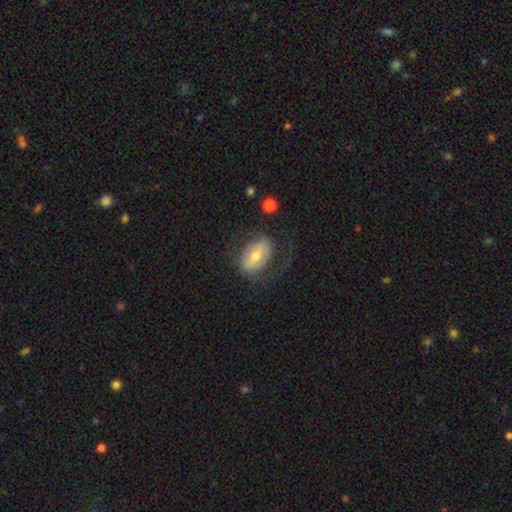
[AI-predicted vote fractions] Morphology: type=featured or disk (47%); merging=none (58%).